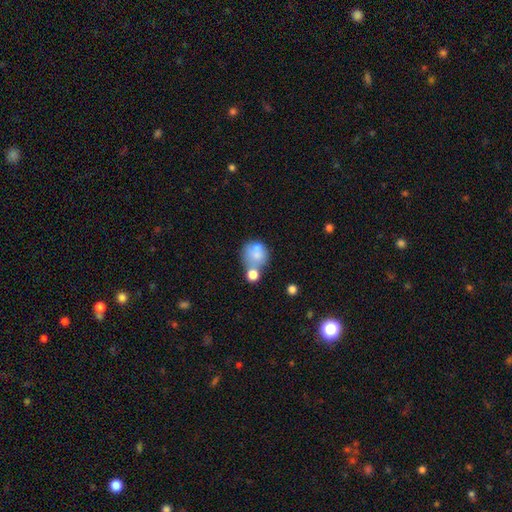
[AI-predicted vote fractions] smooth_or_featured: smooth (p=0.68) [alt: featured or disk p=0.22]
how_rounded: round (p=0.71) [alt: in between p=0.28]
merging: merger (p=0.38) [alt: none p=0.35]